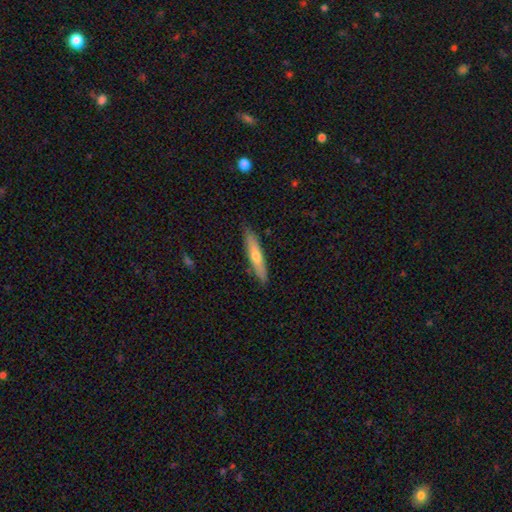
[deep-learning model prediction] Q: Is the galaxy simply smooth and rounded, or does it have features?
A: smooth — 49%.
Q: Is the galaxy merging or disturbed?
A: none — 89%.